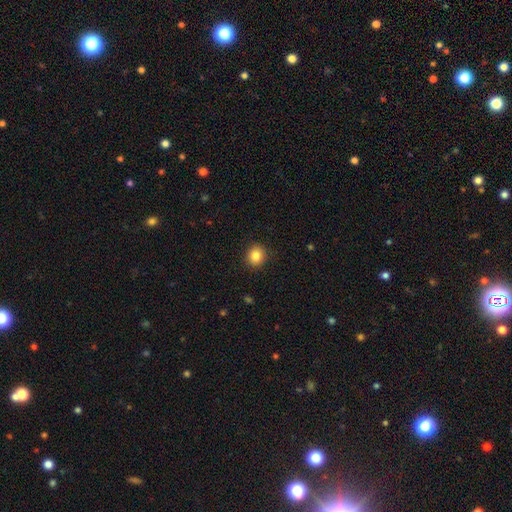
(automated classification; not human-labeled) Q: Smooth or featured?
A: smooth (86%); runner-up: star or artifact (10%)
Q: How rounded?
A: round (83%); runner-up: in between (16%)
Q: Merging?
A: none (90%); runner-up: minor disturbance (7%)